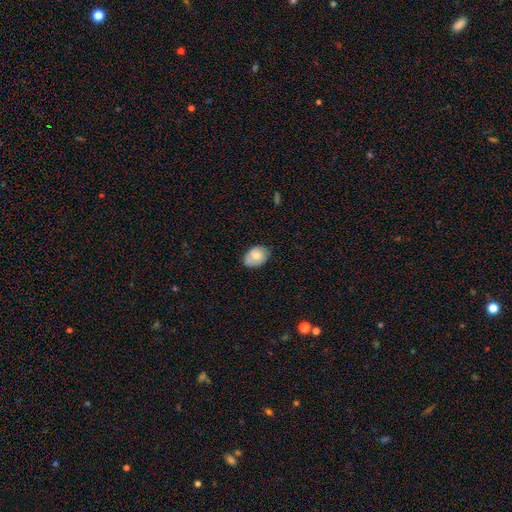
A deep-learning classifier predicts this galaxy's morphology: type=smooth (76%); roundness=in between (72%); merging=none (72%).